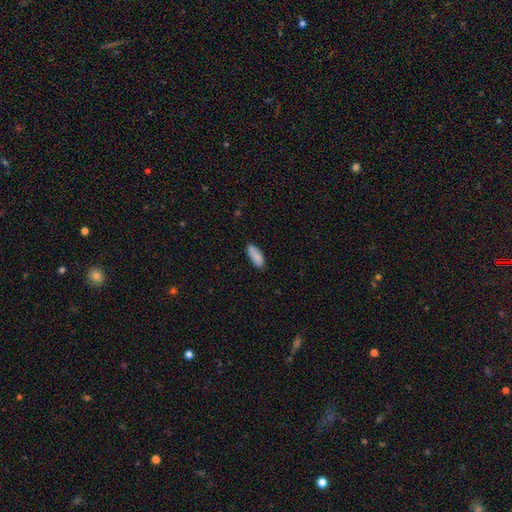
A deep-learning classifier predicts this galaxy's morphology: Smooth or featured: smooth — 86% (featured or disk — 8%)
How rounded: in between — 81% (cigar-shaped — 17%)
Merging: none — 83% (minor disturbance — 14%)